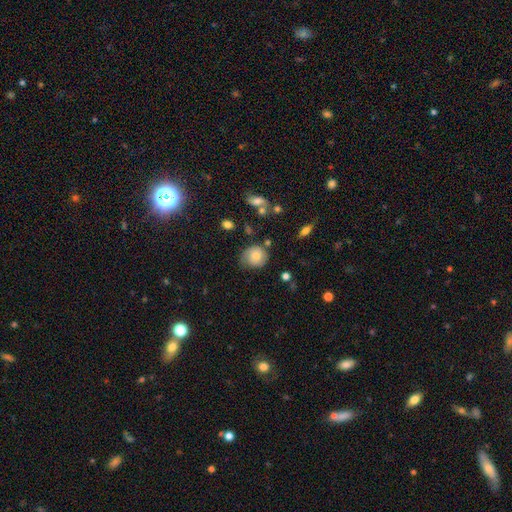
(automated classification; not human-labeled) Morphology: type=smooth (62%); roundness=round (78%); merging=none (58%).